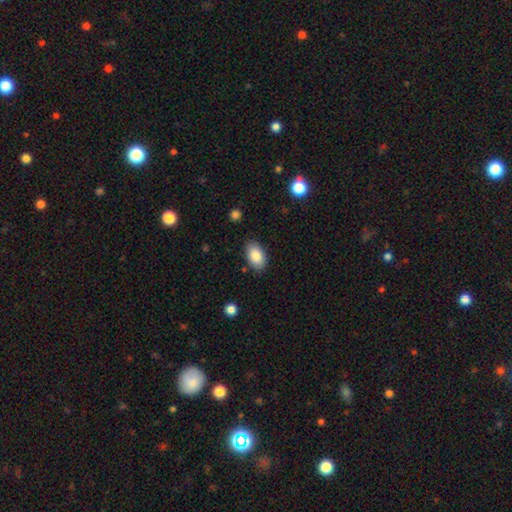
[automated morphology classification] Smooth or featured? smooth (87%)
How rounded? in between (93%)
Merging? none (85%)